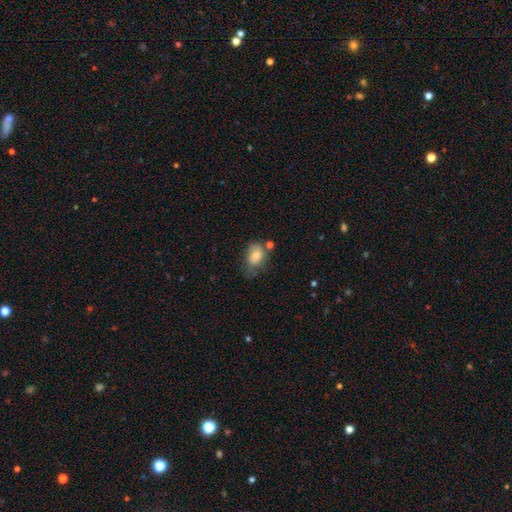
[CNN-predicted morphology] Overall: smooth (76%). How rounded: in between (80%). Merging: none (43%; minor disturbance 31%).